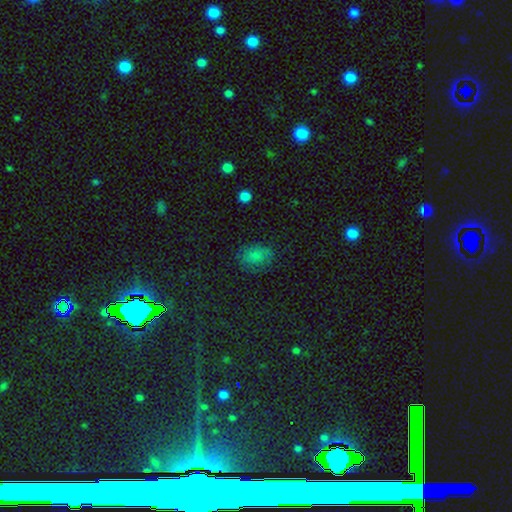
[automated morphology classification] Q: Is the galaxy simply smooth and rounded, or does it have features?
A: smooth — 74%.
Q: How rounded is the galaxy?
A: in between — 64%.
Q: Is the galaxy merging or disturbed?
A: none — 74%.